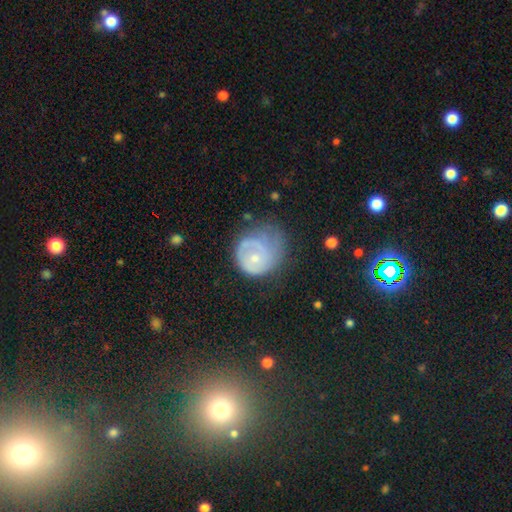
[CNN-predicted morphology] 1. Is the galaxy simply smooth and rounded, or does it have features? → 55% featured or disk, 38% smooth, 7% star or artifact.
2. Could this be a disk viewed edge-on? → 98% no, 2% yes.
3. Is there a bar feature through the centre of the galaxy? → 81% no, 16% weak, 3% strong.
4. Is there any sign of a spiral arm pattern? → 67% yes, 33% no.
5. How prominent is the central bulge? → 61% small, 33% moderate, 3% none, 2% large, 1% dominant.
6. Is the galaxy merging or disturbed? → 34% none, 33% major disturbance, 31% minor disturbance, 2% merger.